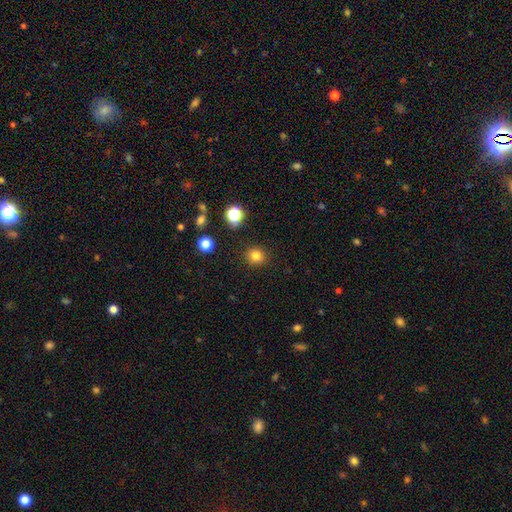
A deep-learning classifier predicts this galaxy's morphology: A smooth galaxy with no disk features (81%) that is round (89%).

Vote fractions:
- Smooth or featured? smooth: 81% / star or artifact: 14% / featured or disk: 5%
- How rounded? round: 89% / in between: 10% / cigar-shaped: 1%
- Merging? none: 90% / minor disturbance: 6% / major disturbance: 2% / merger: 2%